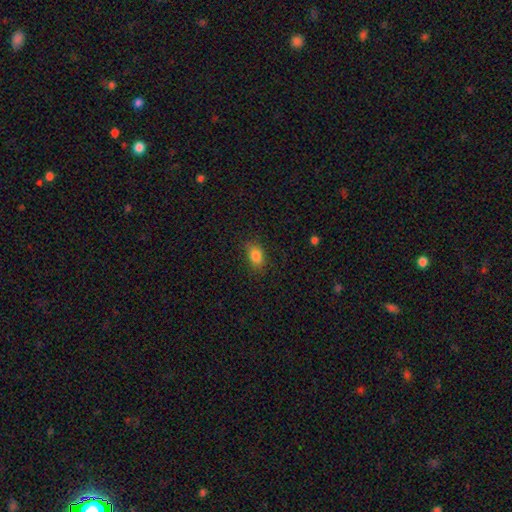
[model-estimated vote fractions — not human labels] Smooth or featured? Predicted: smooth (p=0.84). How rounded? Predicted: in between (p=0.80). Merging? Predicted: none (p=0.80).